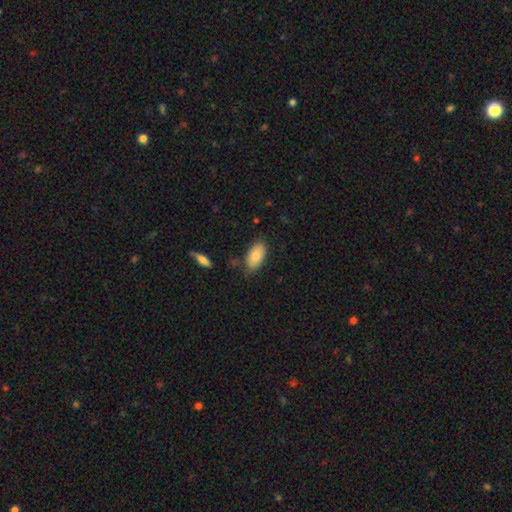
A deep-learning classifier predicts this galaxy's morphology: A smooth galaxy with no disk features (84%) that is in between round and cigar-shaped (94%). Merging: none (76%).